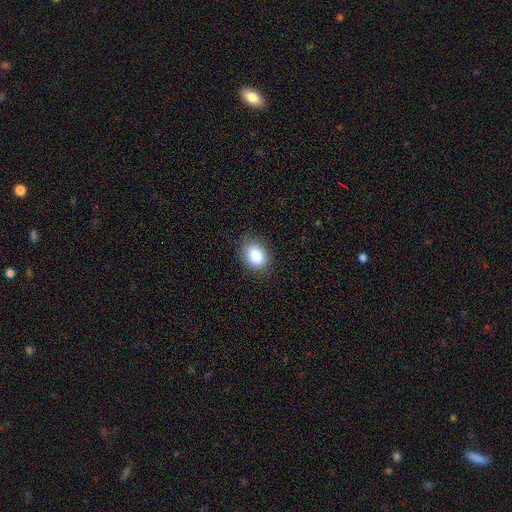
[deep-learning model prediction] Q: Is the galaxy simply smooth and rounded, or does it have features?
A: smooth — 88%.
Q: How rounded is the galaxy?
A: in between — 72%.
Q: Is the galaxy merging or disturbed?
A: none — 85%.